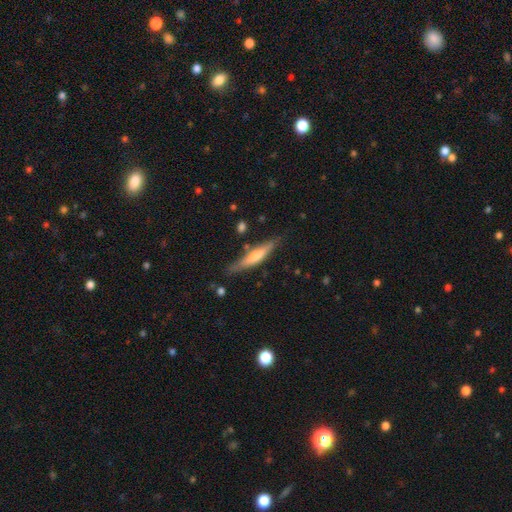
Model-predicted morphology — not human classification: Smooth or featured? featured or disk (52%)
Edge-on disk? yes (93%)
Merging? none (79%)